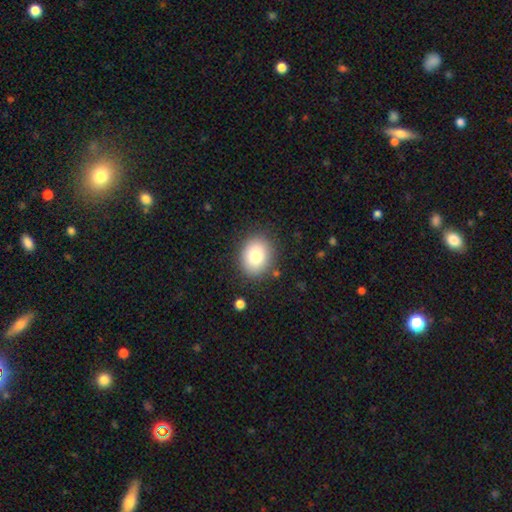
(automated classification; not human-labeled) Smooth or featured? Predicted: smooth (p=0.81). How rounded? Predicted: round (p=0.51). Merging? Predicted: none (p=0.85).